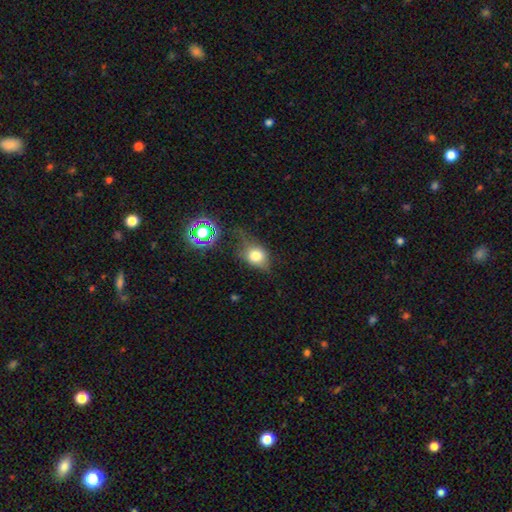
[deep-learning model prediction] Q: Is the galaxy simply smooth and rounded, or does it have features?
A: smooth — 69%.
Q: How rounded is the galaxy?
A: in between — 52%.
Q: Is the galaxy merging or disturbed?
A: none — 45%.